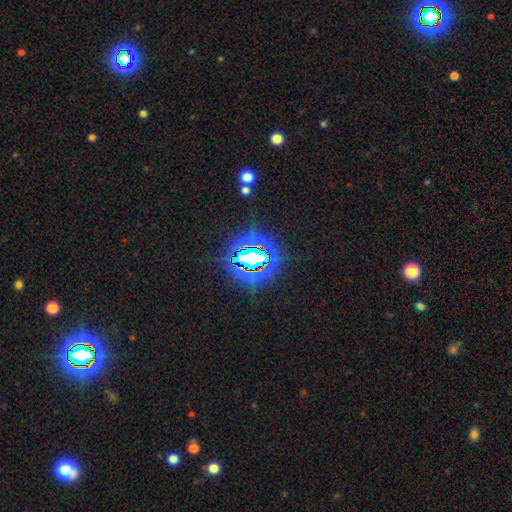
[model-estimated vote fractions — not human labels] Smooth or featured? Predicted: star or artifact (p=0.79).